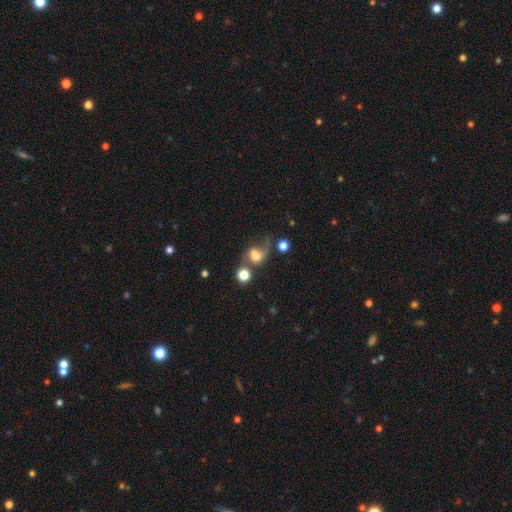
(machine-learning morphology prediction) The model was most divided on "merging": major disturbance: 29%, merger: 28%, none: 27%, minor disturbance: 15%. More confident: how rounded — round (56%); smooth or featured — smooth (50%).